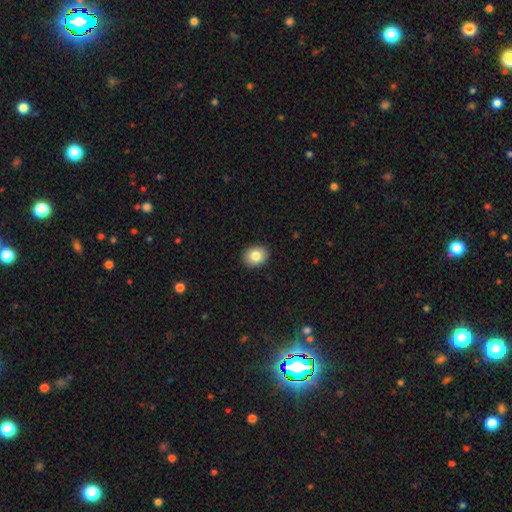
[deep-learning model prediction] Overall: smooth (83%). How rounded: in between (50%; round 49%). Merging: none (91%).